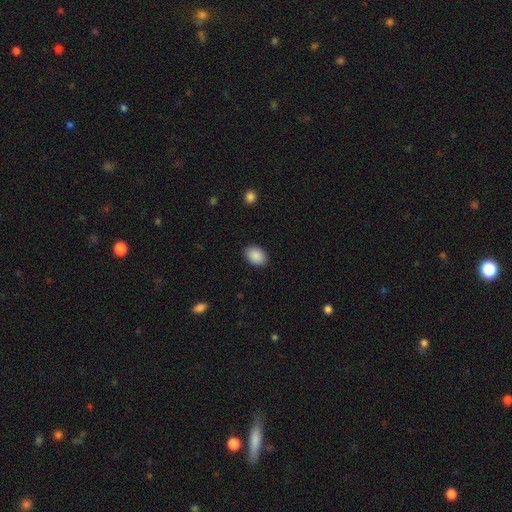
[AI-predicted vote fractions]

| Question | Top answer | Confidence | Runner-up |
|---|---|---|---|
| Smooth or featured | smooth | 90% | star or artifact (7%) |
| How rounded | in between | 80% | round (19%) |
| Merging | none | 89% | minor disturbance (8%) |